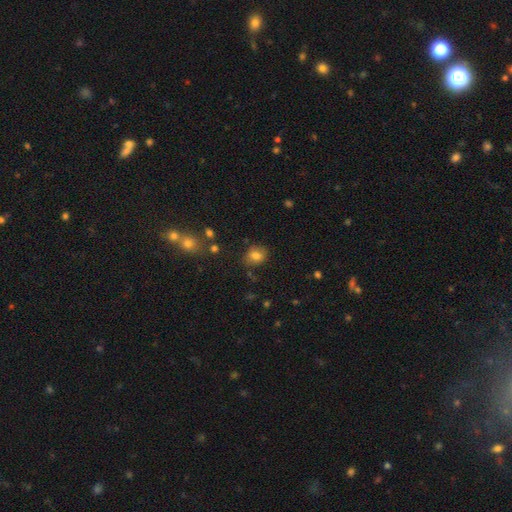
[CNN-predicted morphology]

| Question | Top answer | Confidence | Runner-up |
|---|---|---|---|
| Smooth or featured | smooth | 79% | star or artifact (12%) |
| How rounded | round | 62% | in between (37%) |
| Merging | none | 78% | minor disturbance (15%) |